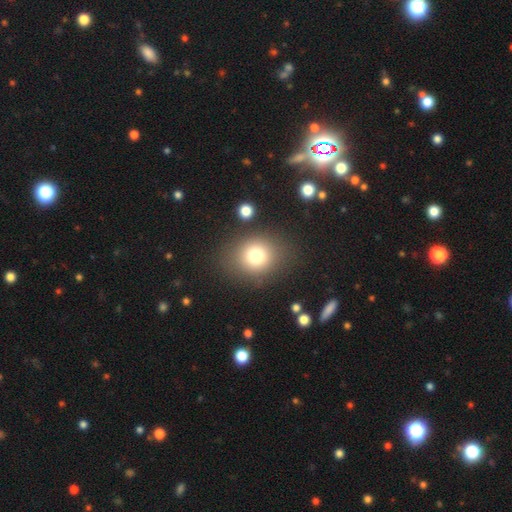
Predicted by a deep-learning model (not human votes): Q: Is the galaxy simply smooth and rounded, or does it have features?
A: smooth — 77%.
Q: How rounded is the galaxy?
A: round — 71%.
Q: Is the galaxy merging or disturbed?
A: none — 81%.